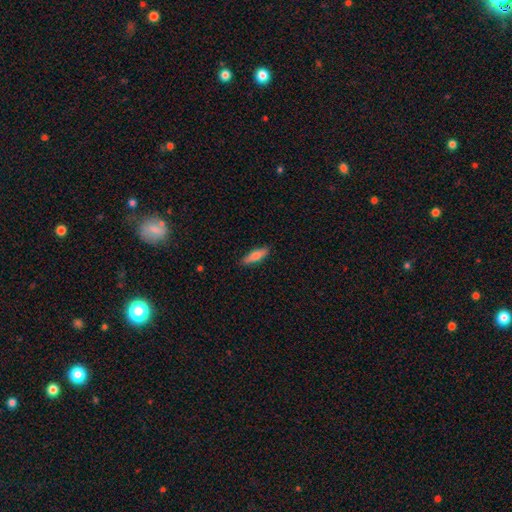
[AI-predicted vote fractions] A smooth galaxy with no disk features (73%) that is cigar-shaped (57%). Merging: none (88%).